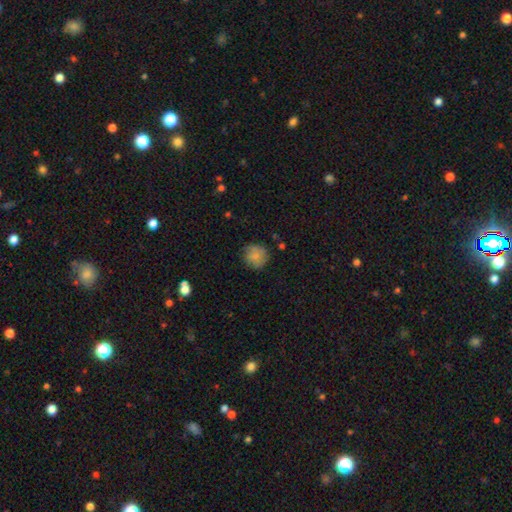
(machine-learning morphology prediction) smooth_or_featured: smooth (p=0.80) [alt: featured or disk p=0.12]
how_rounded: round (p=0.90) [alt: in between p=0.09]
merging: none (p=0.75) [alt: minor disturbance p=0.19]